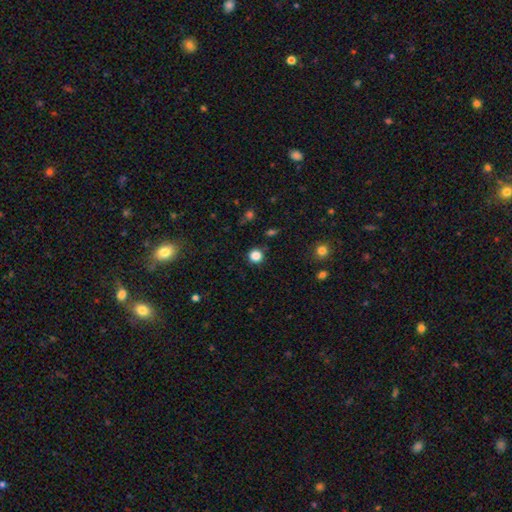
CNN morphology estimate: Overall: smooth (84%). How rounded: round (93%). Merging: none (89%).